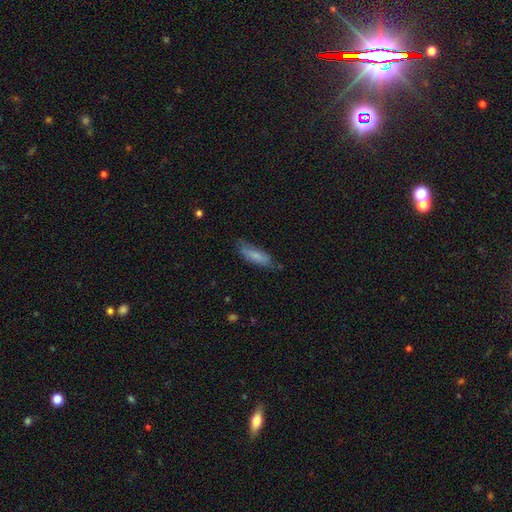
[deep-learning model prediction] Overall: smooth (76%). How rounded: cigar-shaped (52%; in between 47%). Merging: none (69%).